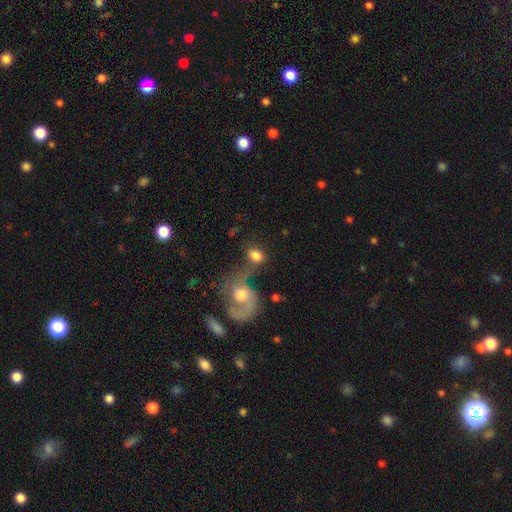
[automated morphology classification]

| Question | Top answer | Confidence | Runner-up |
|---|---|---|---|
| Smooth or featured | smooth | 69% | featured or disk (21%) |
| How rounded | in between | 68% | round (30%) |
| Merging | merger | 40% | none (34%) |